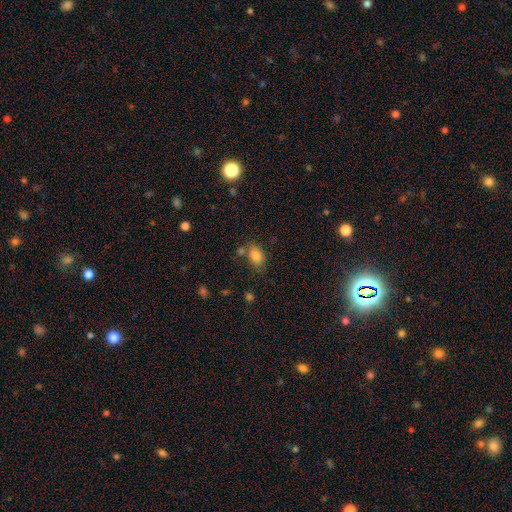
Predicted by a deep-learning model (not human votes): A smooth galaxy with no disk features (82%) that is in between round and cigar-shaped (85%).

Vote fractions:
- Smooth or featured? smooth: 82% / star or artifact: 9% / featured or disk: 9%
- How rounded? in between: 85% / round: 14% / cigar-shaped: 2%
- Merging? none: 65% / minor disturbance: 17% / merger: 12% / major disturbance: 5%